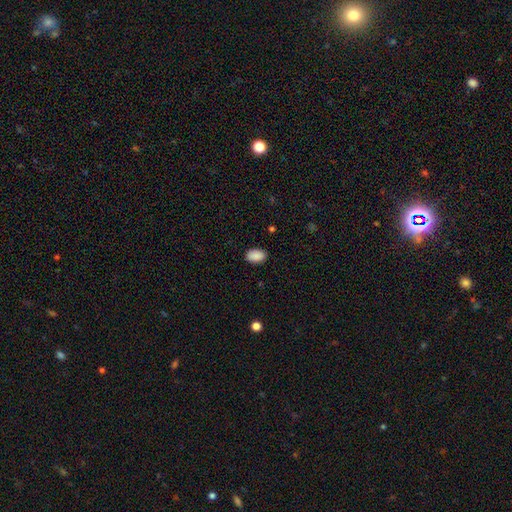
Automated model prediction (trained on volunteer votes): smooth_or_featured: smooth (p=0.90) [alt: star or artifact p=0.07]
how_rounded: in between (p=0.90) [alt: round p=0.09]
merging: none (p=0.88) [alt: minor disturbance p=0.09]